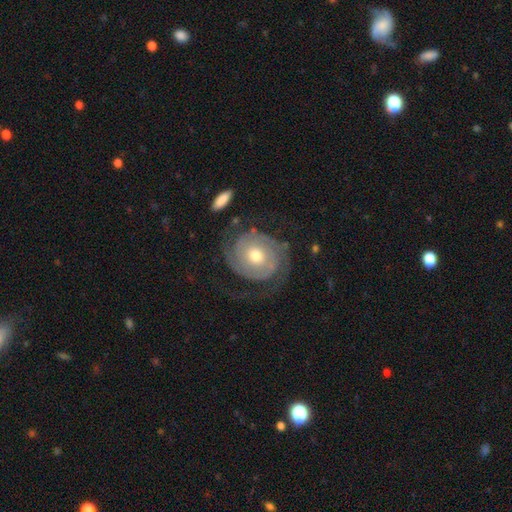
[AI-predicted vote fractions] This is clearly a featured or disk galaxy (86%). It is clearly not viewed edge-on (97%). Bar: likely no (75%). Spiral arm pattern: clearly yes (96%). Spiral arm count: likely 2 (78%). Spiral winding: likely tight (67%). Central bulge: likely moderate (67%). Merging: likely none (72%).